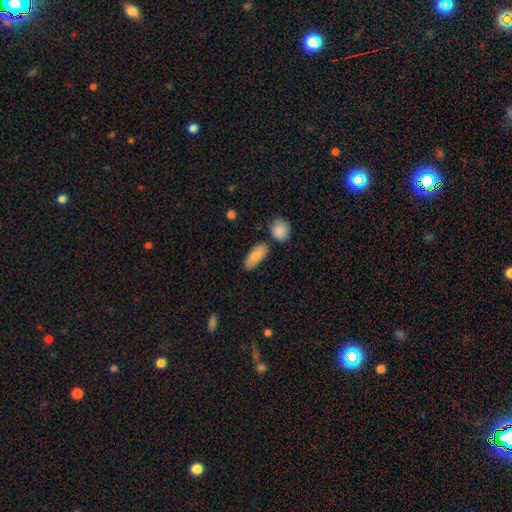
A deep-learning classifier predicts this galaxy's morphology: Overall: smooth (84%). How rounded: in between (84%). Merging: none (78%).